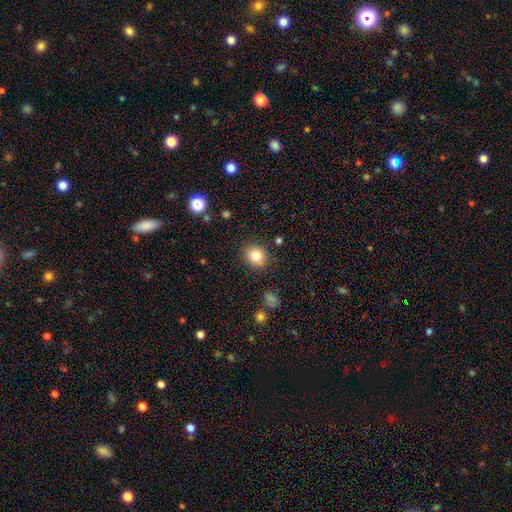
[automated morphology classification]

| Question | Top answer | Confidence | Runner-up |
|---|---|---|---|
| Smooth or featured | smooth | 82% | star or artifact (11%) |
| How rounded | round | 76% | in between (23%) |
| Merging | none | 86% | minor disturbance (9%) |